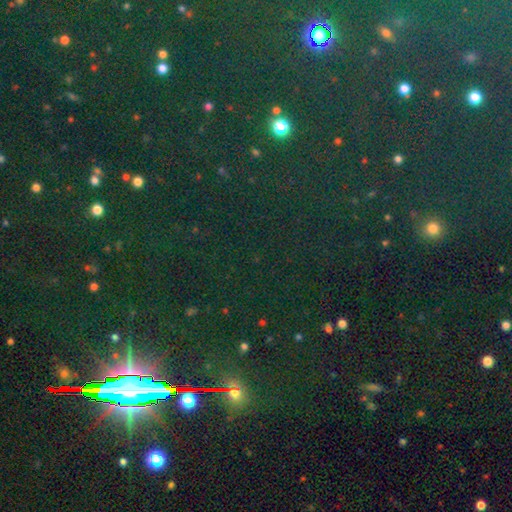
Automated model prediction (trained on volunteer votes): smooth-or-featured: star or artifact: 79% | smooth: 13% | featured or disk: 8%